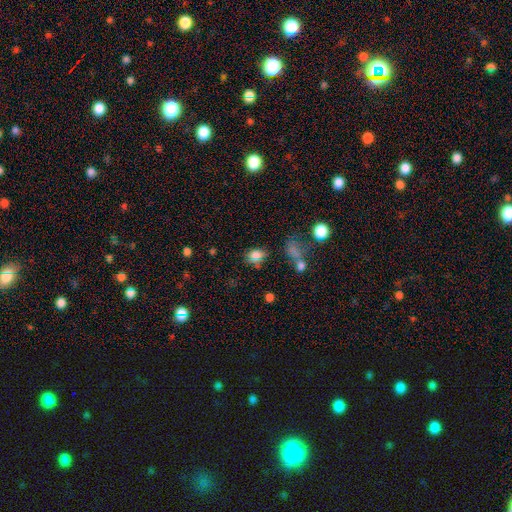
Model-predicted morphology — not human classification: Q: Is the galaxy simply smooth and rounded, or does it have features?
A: smooth — 67%.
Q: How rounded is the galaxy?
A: in between — 71%.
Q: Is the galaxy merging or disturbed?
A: none — 65%.